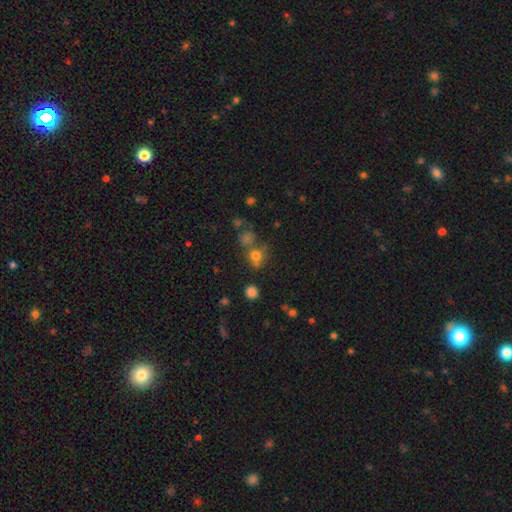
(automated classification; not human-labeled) Morphology: type=smooth (70%); roundness=round (82%); merging=none (58%).